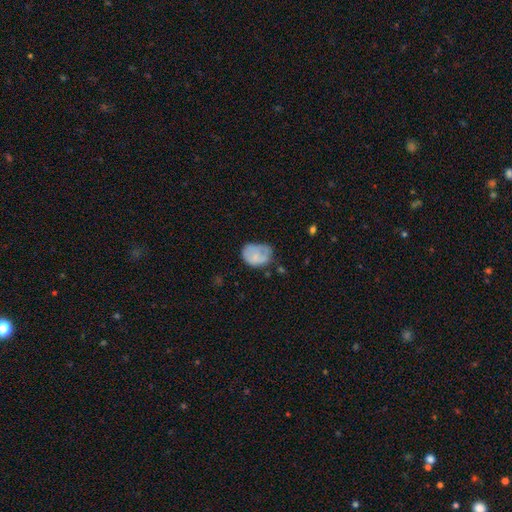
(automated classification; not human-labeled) A smooth galaxy with no disk features (69%) that is in between round and cigar-shaped (67%). Merging: minor disturbance (40%).